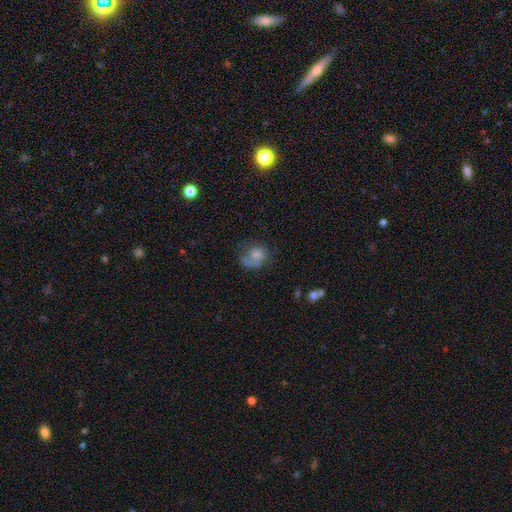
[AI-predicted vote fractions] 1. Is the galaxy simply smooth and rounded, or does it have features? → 62% smooth, 28% featured or disk, 10% star or artifact.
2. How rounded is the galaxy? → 62% round, 37% in between, 1% cigar-shaped.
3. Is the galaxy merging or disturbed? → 37% none, 32% major disturbance, 23% minor disturbance, 8% merger.